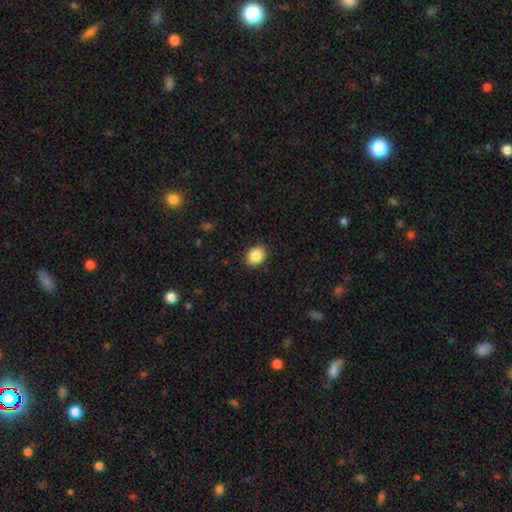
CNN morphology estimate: smooth-or-featured: smooth: 87% | star or artifact: 8% | featured or disk: 4%
  how-rounded: in between: 56% | round: 43% | cigar-shaped: 1%
  merging: none: 89% | minor disturbance: 8% | major disturbance: 2% | merger: 1%